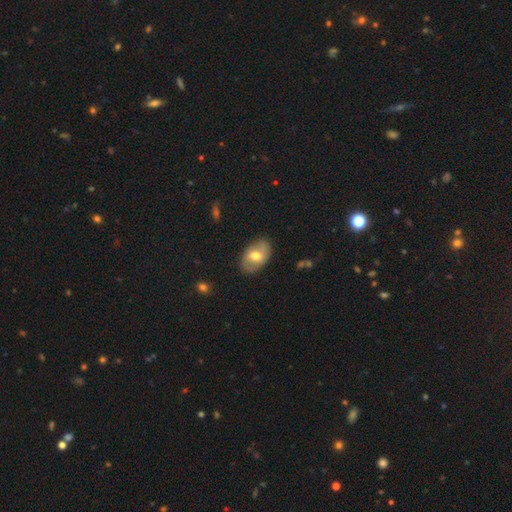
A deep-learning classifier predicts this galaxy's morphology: Smooth or featured?
  - smooth: 53% *
  - featured or disk: 40%
  - star or artifact: 6%
How rounded?
  - in between: 88% *
  - round: 10%
  - cigar-shaped: 1%
Merging?
  - none: 82% *
  - minor disturbance: 14%
  - major disturbance: 3%
  - merger: 1%